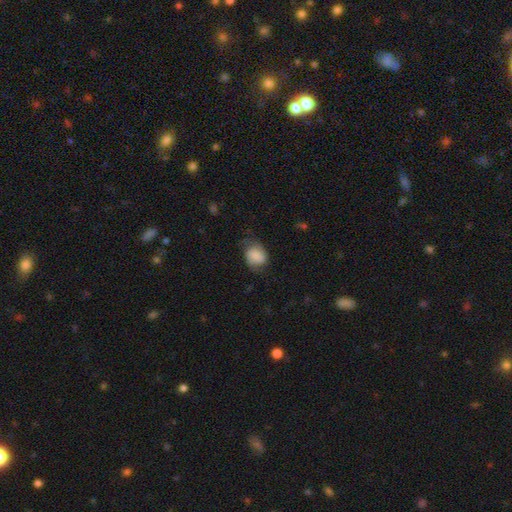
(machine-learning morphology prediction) type=smooth (67%); roundness=in between (61%); merging=none (54%).